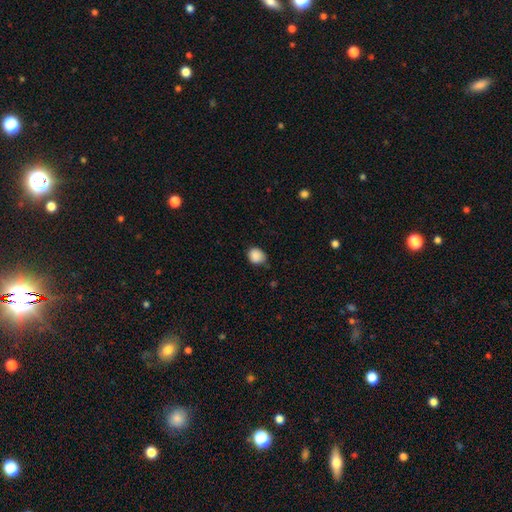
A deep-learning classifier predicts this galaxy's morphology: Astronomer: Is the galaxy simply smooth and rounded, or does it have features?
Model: smooth — 88%.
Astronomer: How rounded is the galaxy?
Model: round — 70%.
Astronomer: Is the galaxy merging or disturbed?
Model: none — 72%.